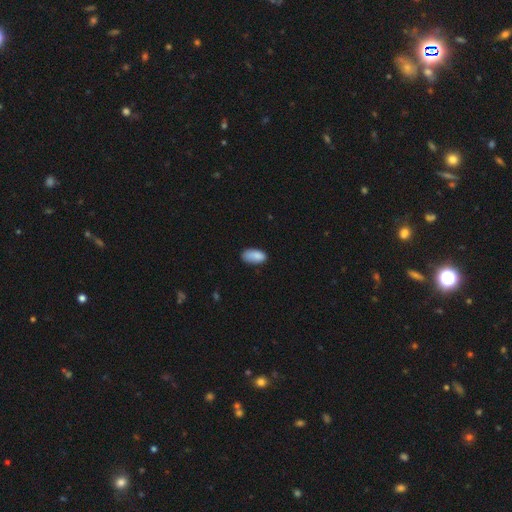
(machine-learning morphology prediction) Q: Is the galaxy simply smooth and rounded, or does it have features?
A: smooth — 86%.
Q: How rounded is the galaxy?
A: in between — 92%.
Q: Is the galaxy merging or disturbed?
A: none — 64%.